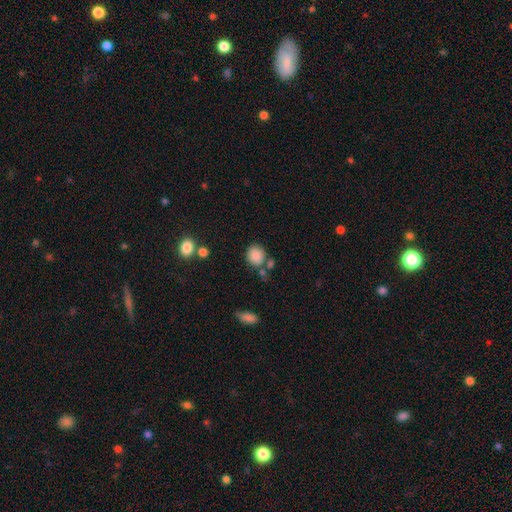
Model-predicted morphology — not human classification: Smooth or featured?
  - smooth: 86% *
  - star or artifact: 9%
  - featured or disk: 5%
How rounded?
  - round: 77% *
  - in between: 22%
  - cigar-shaped: 1%
Merging?
  - none: 69% *
  - minor disturbance: 13%
  - merger: 13%
  - major disturbance: 5%